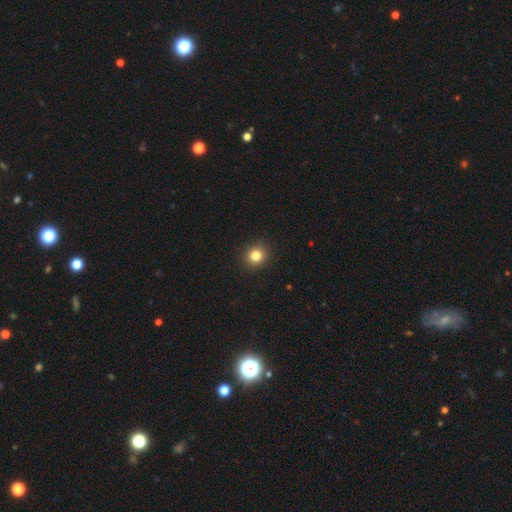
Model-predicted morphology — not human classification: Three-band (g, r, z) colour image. It shows a smooth galaxy with no disk features (82%) that is round (88%). Merging: none (91%).